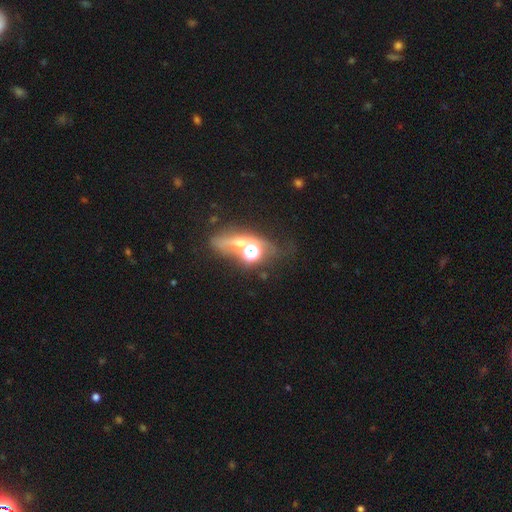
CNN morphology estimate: The model was most divided on "smooth or featured": featured or disk: 45%, smooth: 31%, star or artifact: 25%. Remaining: merging — none (43%).